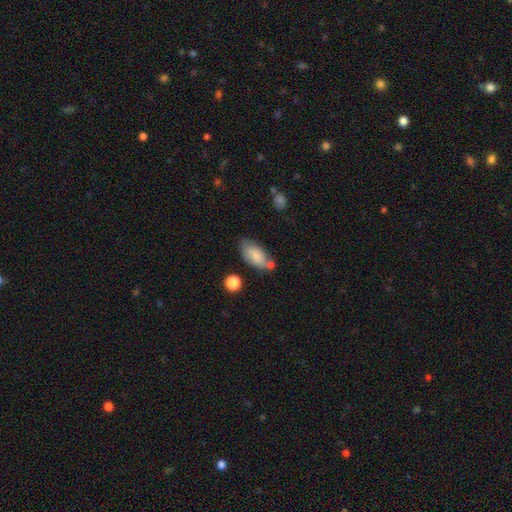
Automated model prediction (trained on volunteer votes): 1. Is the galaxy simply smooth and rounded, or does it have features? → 80% smooth, 12% featured or disk, 7% star or artifact.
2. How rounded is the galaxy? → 92% in between, 5% cigar-shaped, 3% round.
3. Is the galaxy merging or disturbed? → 57% none, 22% minor disturbance, 16% merger, 6% major disturbance.